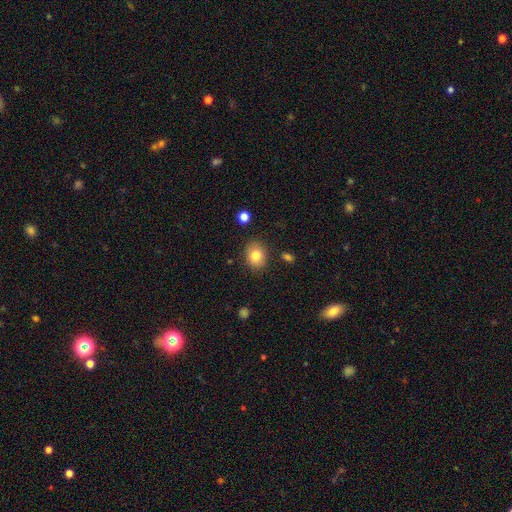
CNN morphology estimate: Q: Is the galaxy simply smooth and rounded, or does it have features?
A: smooth — 81%.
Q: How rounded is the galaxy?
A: round — 54%.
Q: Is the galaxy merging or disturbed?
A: none — 85%.